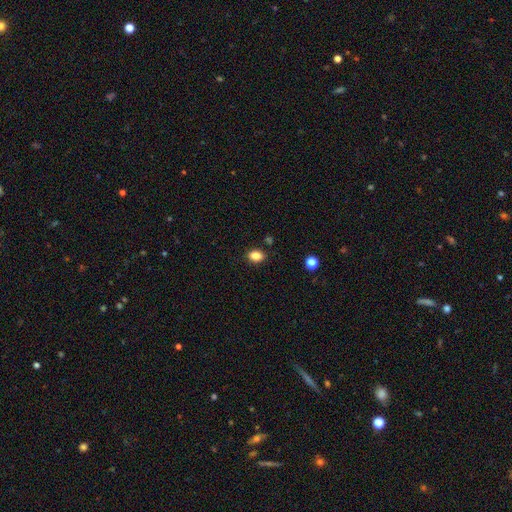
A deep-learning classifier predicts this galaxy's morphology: Overall: smooth (85%). How rounded: in between (74%). Merging: none (85%).